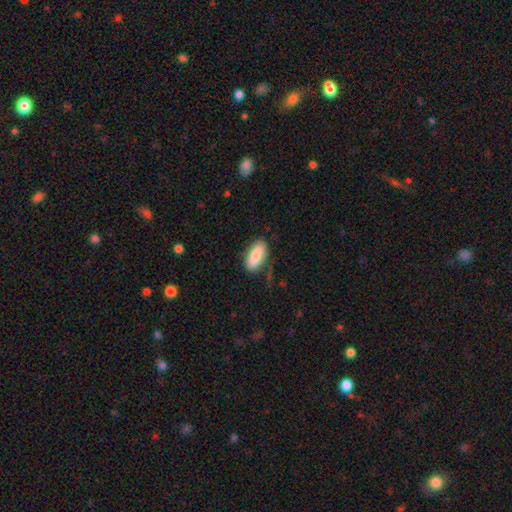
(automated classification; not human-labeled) This appears to be a smooth galaxy with no disk features (84%) that is in between round and cigar-shaped (84%). Merging: none (74%).